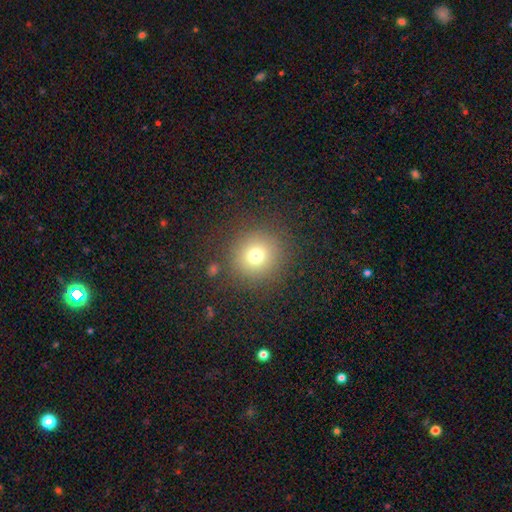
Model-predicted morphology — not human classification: Smooth or featured? Predicted: smooth (p=0.73). How rounded? Predicted: round (p=0.94). Merging? Predicted: none (p=0.85).